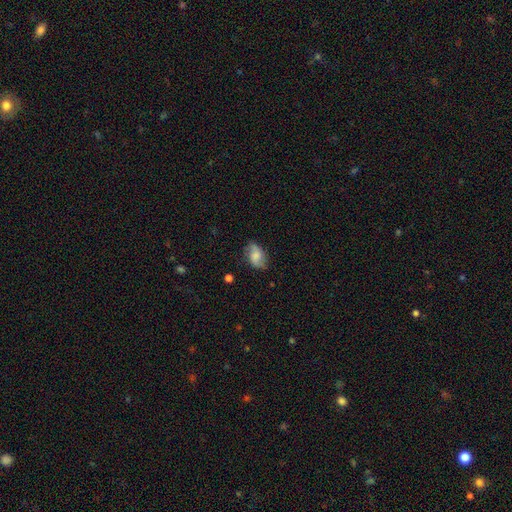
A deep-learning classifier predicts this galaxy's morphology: Smooth or featured?
  - smooth: 51% *
  - featured or disk: 40%
  - star or artifact: 8%
How rounded?
  - in between: 86% *
  - round: 11%
  - cigar-shaped: 2%
Merging?
  - none: 70% *
  - minor disturbance: 22%
  - major disturbance: 6%
  - merger: 2%